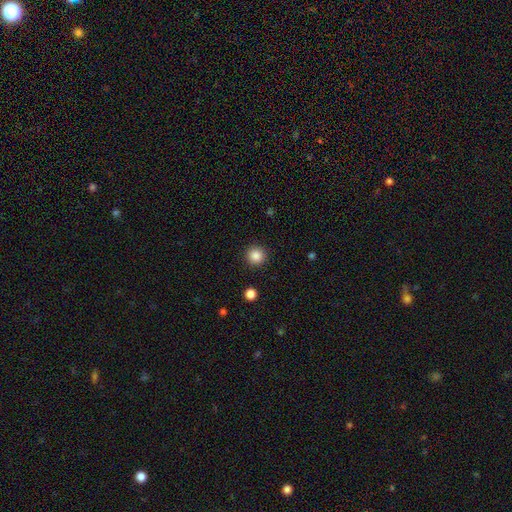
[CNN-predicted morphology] A smooth galaxy with no disk features (86%) that is round (95%). Merging: none (92%).